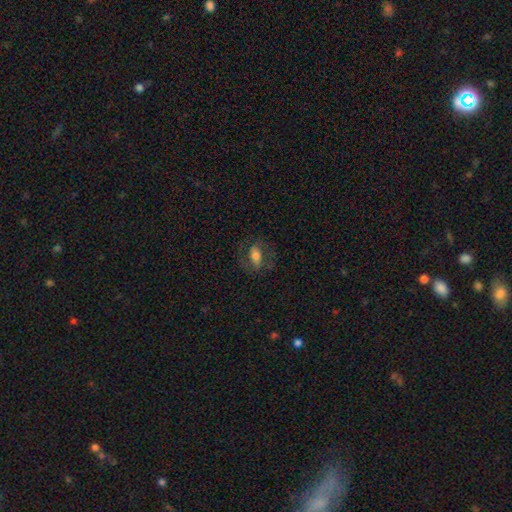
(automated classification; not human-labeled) This is possibly a smooth galaxy (56%). How rounded: clearly in between (83%). Merging: likely none (70%).